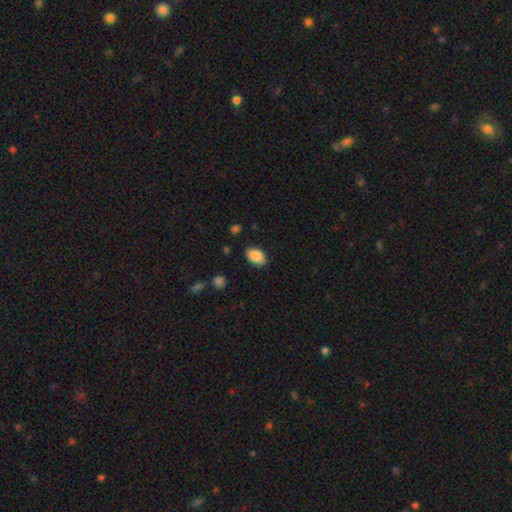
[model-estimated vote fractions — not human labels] smooth 89%, star or artifact 7%, featured or disk 5%. Down the decision tree: how rounded — in between (88%); merging — none (84%).